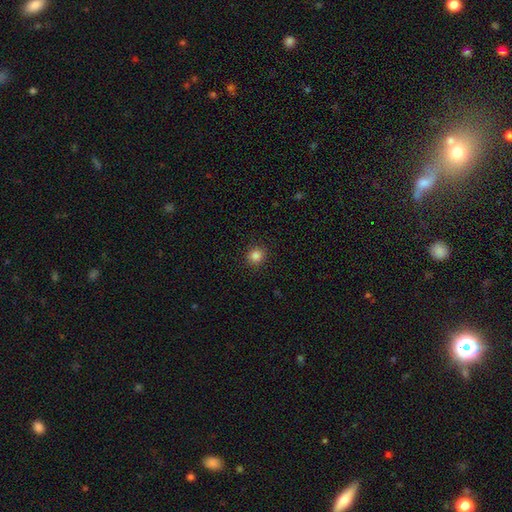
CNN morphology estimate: The model was most divided on "smooth or featured": smooth: 84%, star or artifact: 12%, featured or disk: 4%. More confident: merging — none (91%); how rounded — round (87%).